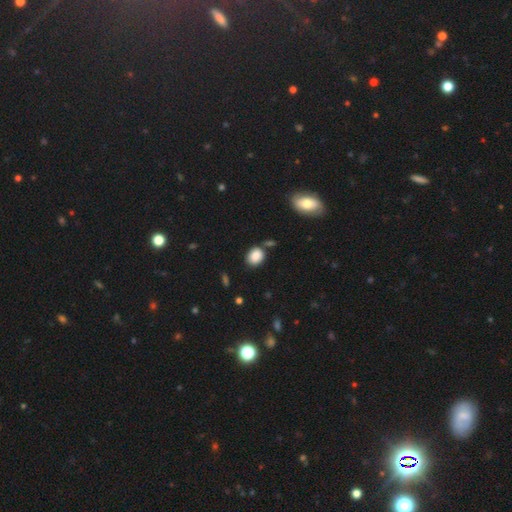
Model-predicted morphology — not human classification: smooth-or-featured: smooth: 86% | star or artifact: 9% | featured or disk: 5%
  how-rounded: in between: 56% | round: 42% | cigar-shaped: 1%
  merging: none: 73% | minor disturbance: 15% | merger: 8% | major disturbance: 4%